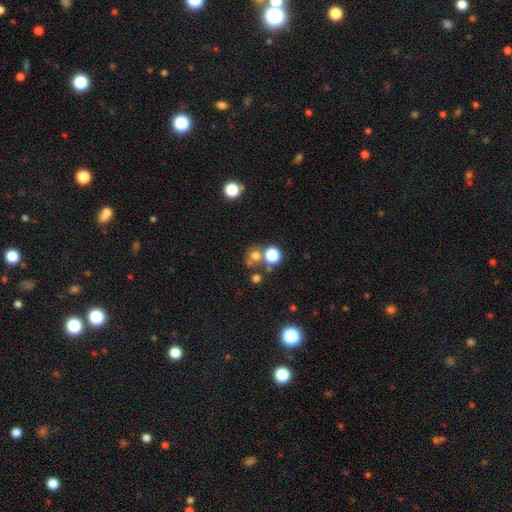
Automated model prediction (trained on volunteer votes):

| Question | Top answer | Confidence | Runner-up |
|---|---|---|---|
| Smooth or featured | smooth | 65% | star or artifact (24%) |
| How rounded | round | 83% | in between (16%) |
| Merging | none | 57% | merger (27%) |